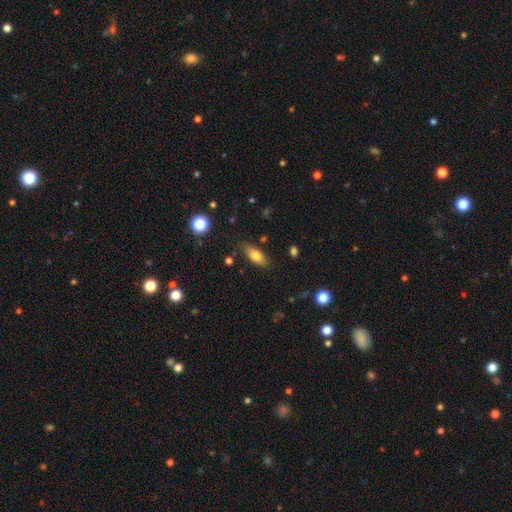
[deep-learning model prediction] A smooth galaxy with no disk features (75%) that is in between round and cigar-shaped (78%).

Vote fractions:
- Smooth or featured? smooth: 75% / featured or disk: 17% / star or artifact: 8%
- How rounded? in between: 78% / cigar-shaped: 18% / round: 4%
- Merging? none: 79% / minor disturbance: 15% / major disturbance: 3% / merger: 2%